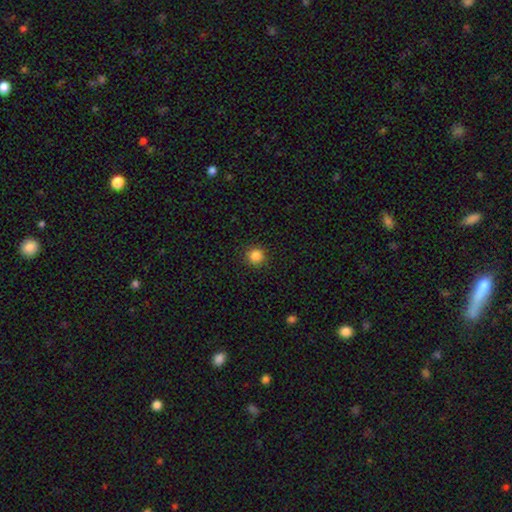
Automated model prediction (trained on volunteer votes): Morphology: type=smooth (85%); roundness=round (94%); merging=none (91%).